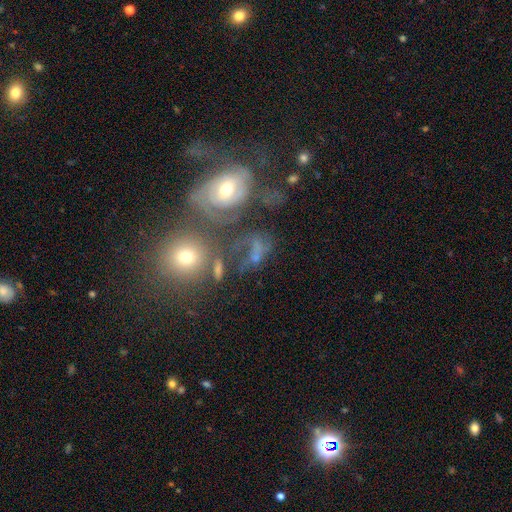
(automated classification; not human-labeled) Smooth or featured? Predicted: featured or disk (p=0.51). Edge-on disk? Predicted: no (p=0.95). Merging? Predicted: none (p=0.32).